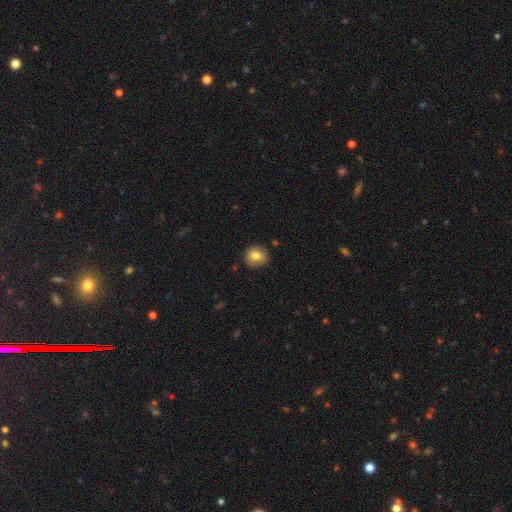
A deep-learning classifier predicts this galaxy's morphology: This is likely a smooth galaxy (78%). How rounded: clearly round (83%). Merging: likely none (78%).